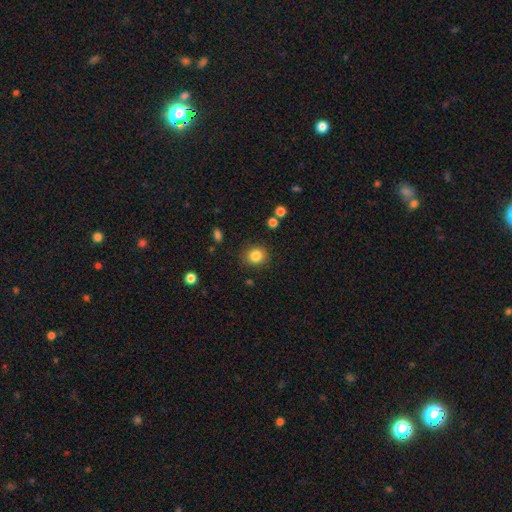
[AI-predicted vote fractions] This is clearly a smooth galaxy (84%). How rounded: clearly round (82%). Merging: clearly none (86%).